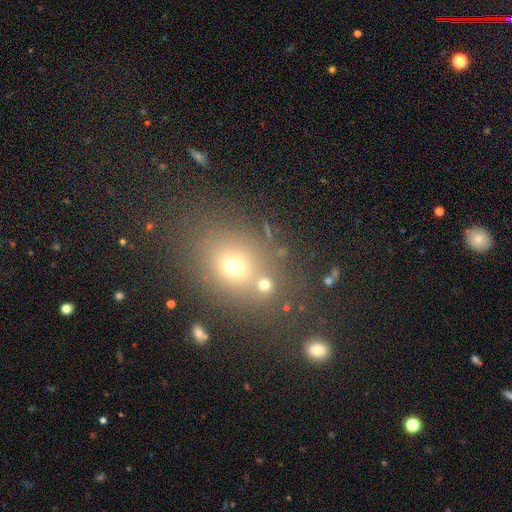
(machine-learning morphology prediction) Overall: smooth (57%; star or artifact 30%). How rounded: in between (54%; round 44%). Merging: none (72%).